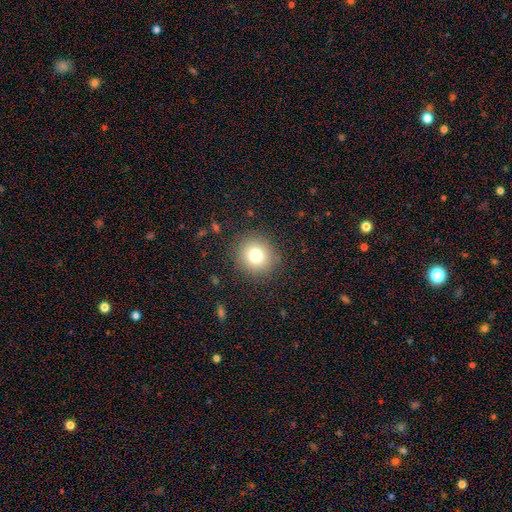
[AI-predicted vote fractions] Smooth or featured? Predicted: smooth (p=0.77). How rounded? Predicted: round (p=0.91). Merging? Predicted: none (p=0.89).